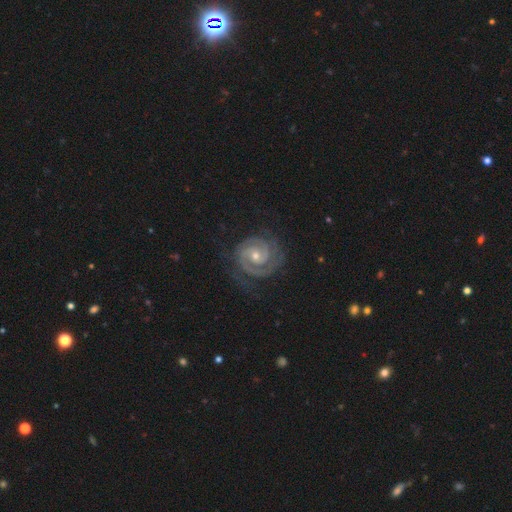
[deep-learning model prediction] Overall: featured or disk (92%). Edge-on disk: no (98%). Bar: no (51%; weak 37%). Spiral arms: yes (99%). Spiral arm count: 2 (80%). Spiral winding: tight (78%). Bulge size: small (52%; moderate 45%). Merging: none (77%).